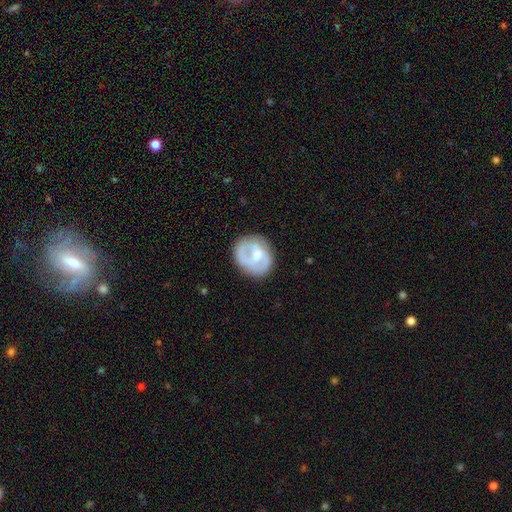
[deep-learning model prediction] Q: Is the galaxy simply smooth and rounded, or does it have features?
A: featured or disk — 54%.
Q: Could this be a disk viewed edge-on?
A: no — 97%.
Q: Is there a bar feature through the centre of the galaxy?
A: no — 46%.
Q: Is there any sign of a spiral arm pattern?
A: yes — 54%.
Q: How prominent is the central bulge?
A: moderate — 48%.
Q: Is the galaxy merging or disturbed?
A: none — 66%.